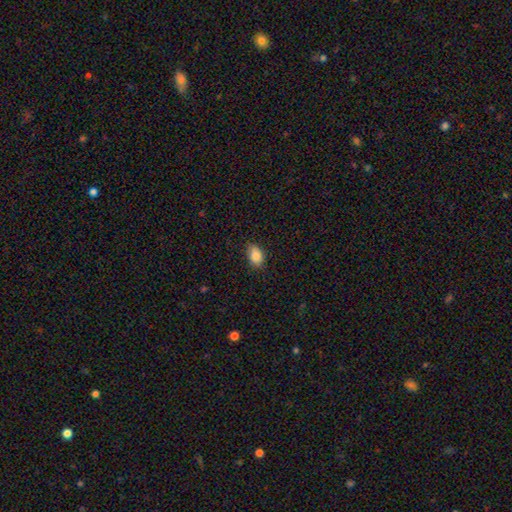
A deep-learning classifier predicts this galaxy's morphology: The model was most divided on "merging": none: 82%, minor disturbance: 14%, major disturbance: 3%, merger: 1%. More confident: smooth or featured — smooth (87%); how rounded — in between (86%).